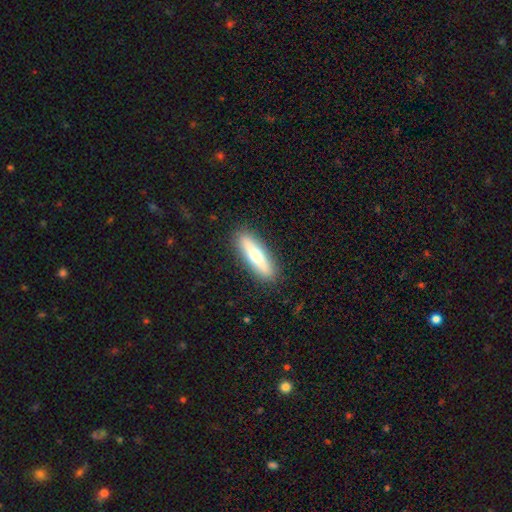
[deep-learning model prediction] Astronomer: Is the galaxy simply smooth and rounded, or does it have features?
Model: smooth — 55% (runner-up: featured or disk, 39%).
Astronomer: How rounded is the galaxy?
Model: cigar-shaped — 71%.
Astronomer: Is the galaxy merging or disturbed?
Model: none — 90%.